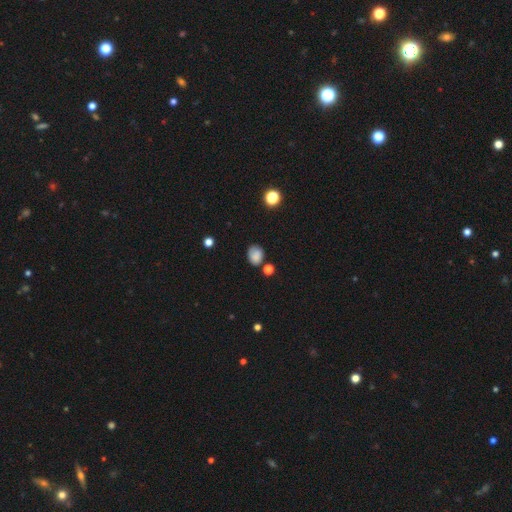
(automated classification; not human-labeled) Smooth or featured: smooth — 80% (star or artifact — 12%)
How rounded: round — 51% (in between — 48%)
Merging: none — 68% (minor disturbance — 20%)